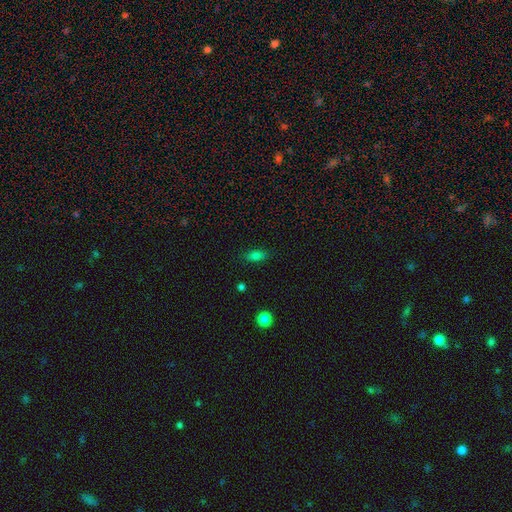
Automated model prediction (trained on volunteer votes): Smooth or featured?
  - smooth: 78% *
  - star or artifact: 12%
  - featured or disk: 10%
How rounded?
  - in between: 81% *
  - cigar-shaped: 12%
  - round: 7%
Merging?
  - none: 83% *
  - minor disturbance: 12%
  - major disturbance: 3%
  - merger: 1%